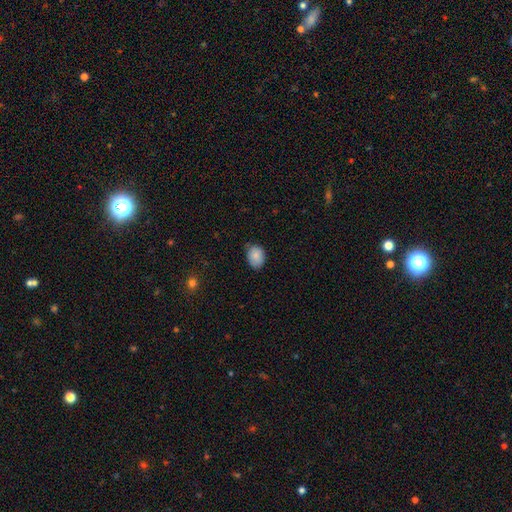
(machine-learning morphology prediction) Smooth or featured?
  - smooth: 85% *
  - star or artifact: 8%
  - featured or disk: 7%
How rounded?
  - in between: 67% *
  - round: 32%
  - cigar-shaped: 1%
Merging?
  - none: 68% *
  - minor disturbance: 27%
  - major disturbance: 4%
  - merger: 1%